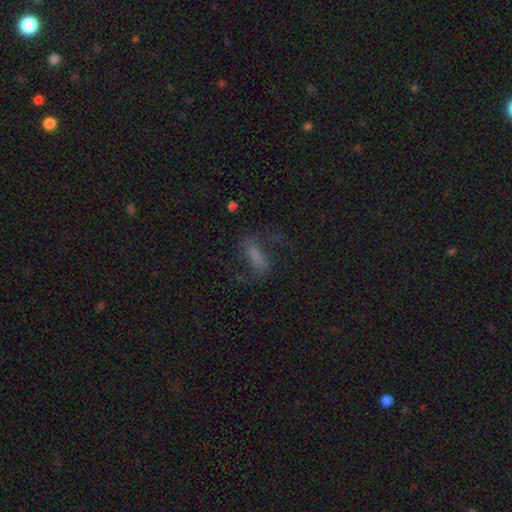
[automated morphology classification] A smooth galaxy with no disk features (46%).

Vote fractions:
- Smooth or featured? smooth: 46% / featured or disk: 38% / star or artifact: 16%
- Merging? none: 57% / major disturbance: 21% / minor disturbance: 18% / merger: 3%